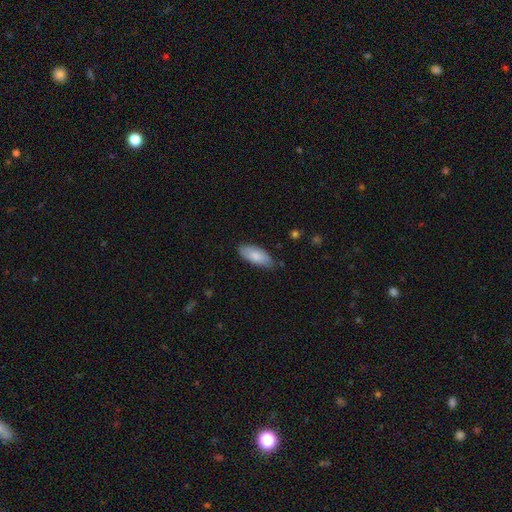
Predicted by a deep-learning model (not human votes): smooth_or_featured: smooth (p=0.84) [alt: featured or disk p=0.11]
how_rounded: in between (p=0.84) [alt: cigar-shaped p=0.14]
merging: none (p=0.80) [alt: minor disturbance p=0.16]